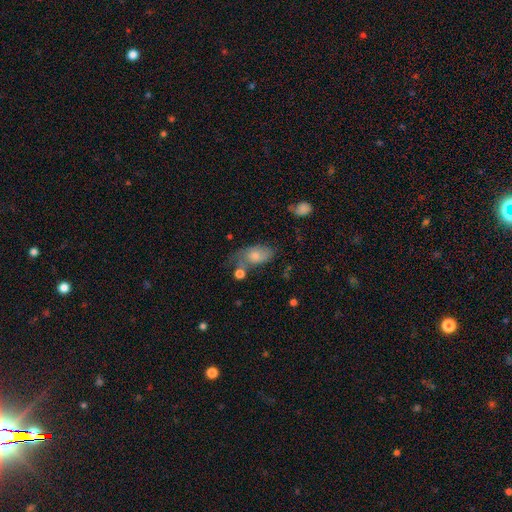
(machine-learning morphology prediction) This appears to be a smooth galaxy with no disk features (68%) that is in between round and cigar-shaped (89%). Merging: none (35%).